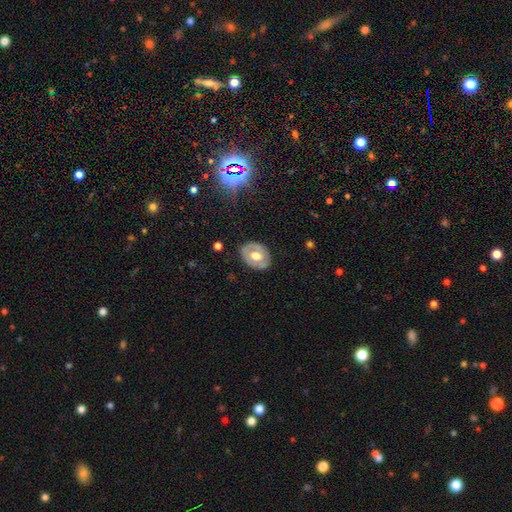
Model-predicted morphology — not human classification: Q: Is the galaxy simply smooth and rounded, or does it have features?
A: featured or disk — 48%.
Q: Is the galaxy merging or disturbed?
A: none — 81%.